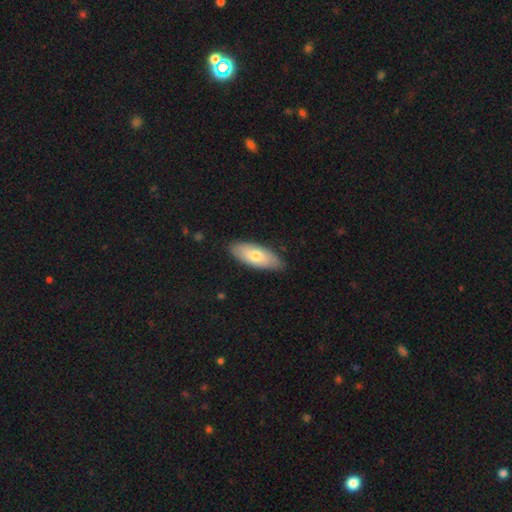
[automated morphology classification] This appears to be a smooth galaxy with no disk features (66%) that is in between round and cigar-shaped (82%). Merging: none (84%).